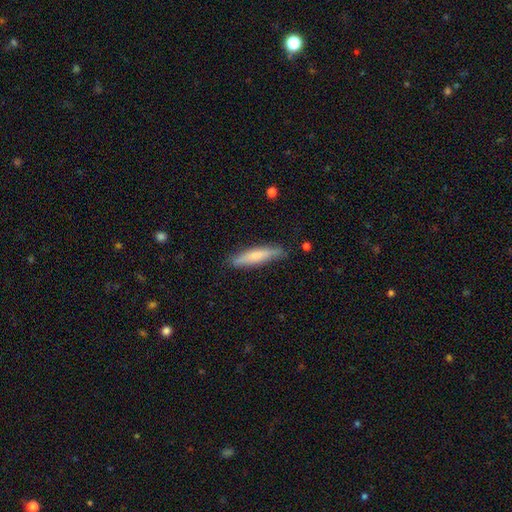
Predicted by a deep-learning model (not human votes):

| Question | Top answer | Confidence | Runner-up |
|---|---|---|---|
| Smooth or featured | smooth | 66% | featured or disk (28%) |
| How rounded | cigar-shaped | 86% | in between (13%) |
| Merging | none | 83% | minor disturbance (13%) |